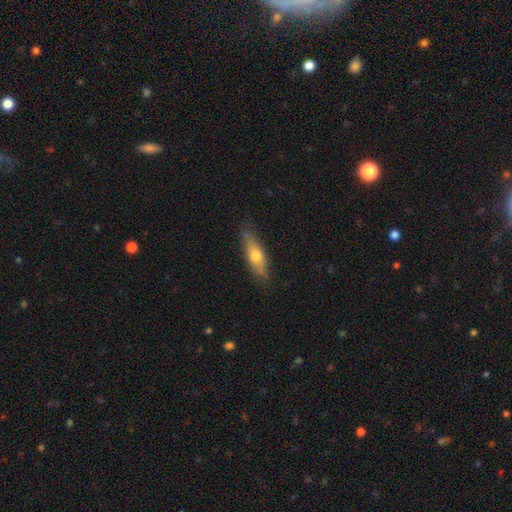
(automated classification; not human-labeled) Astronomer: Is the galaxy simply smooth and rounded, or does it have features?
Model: smooth — 59% (runner-up: featured or disk, 35%).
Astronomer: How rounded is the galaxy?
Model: in between — 50% (runner-up: cigar-shaped, 47%).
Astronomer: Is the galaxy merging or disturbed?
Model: none — 78%.